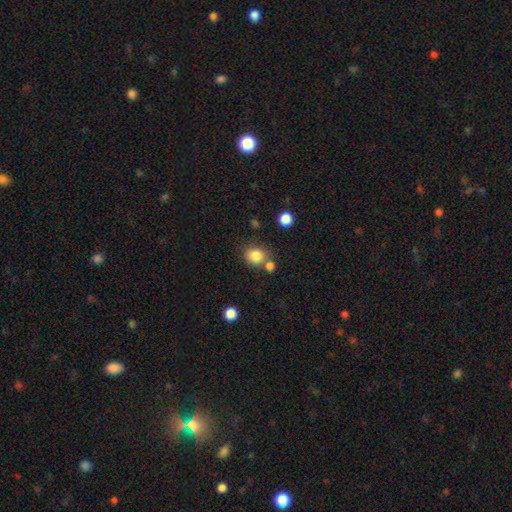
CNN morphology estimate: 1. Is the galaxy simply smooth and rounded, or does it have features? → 84% smooth, 11% star or artifact, 6% featured or disk.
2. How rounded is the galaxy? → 76% round, 23% in between, 1% cigar-shaped.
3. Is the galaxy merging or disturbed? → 66% none, 19% merger, 11% minor disturbance, 4% major disturbance.